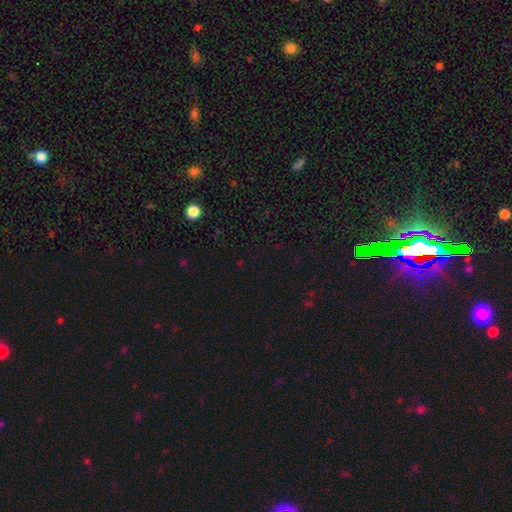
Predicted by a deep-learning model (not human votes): Q: Smooth or featured?
A: star or artifact (69%); runner-up: smooth (25%)